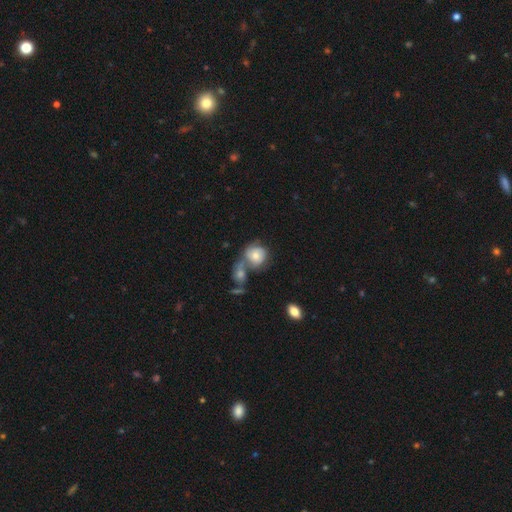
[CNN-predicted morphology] Smooth or featured? Predicted: smooth (p=0.62). How rounded? Predicted: round (p=0.79). Merging? Predicted: merger (p=0.41).